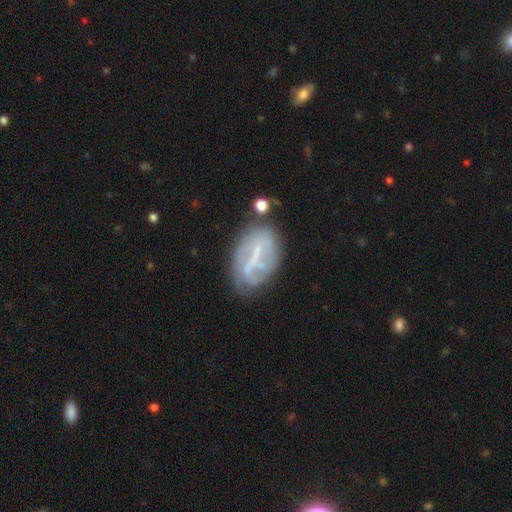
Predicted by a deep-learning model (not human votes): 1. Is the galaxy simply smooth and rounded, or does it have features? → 67% featured or disk, 24% smooth, 9% star or artifact.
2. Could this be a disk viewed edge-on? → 93% no, 7% yes.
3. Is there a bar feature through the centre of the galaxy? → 47% strong, 35% weak, 19% no.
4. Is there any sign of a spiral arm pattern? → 61% yes, 39% no.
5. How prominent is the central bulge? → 44% none, 41% small, 12% moderate, 2% large, 1% dominant.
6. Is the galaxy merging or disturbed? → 59% none, 23% minor disturbance, 12% major disturbance, 6% merger.